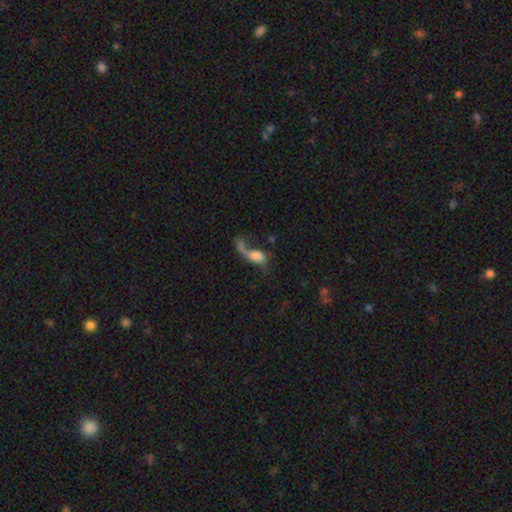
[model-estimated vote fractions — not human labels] A smooth galaxy with no disk features (49%). Merging: major disturbance (46%).